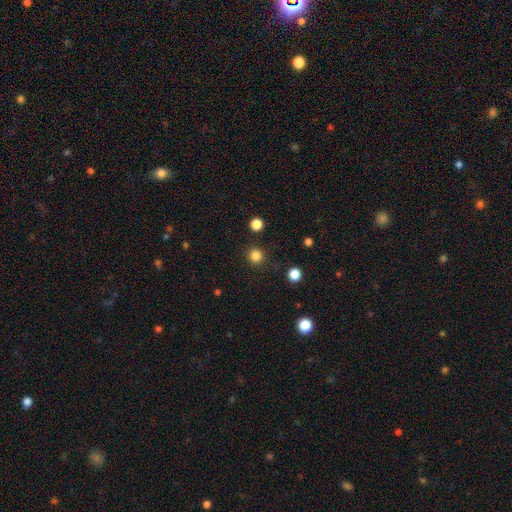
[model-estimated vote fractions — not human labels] This appears to be a smooth galaxy with no disk features (83%) that is round (94%). Merging: none (90%).